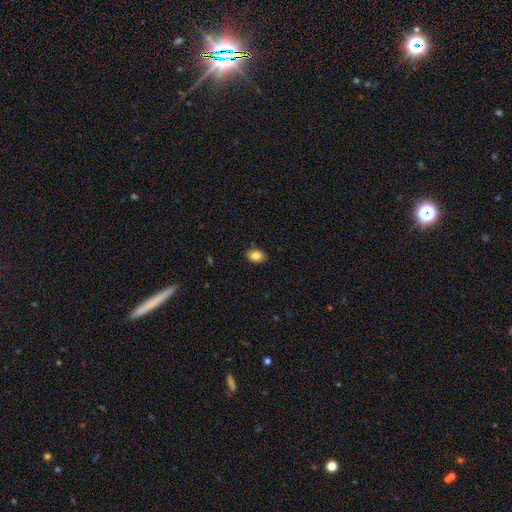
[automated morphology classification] Overall: smooth (85%). How rounded: in between (80%). Merging: none (88%).